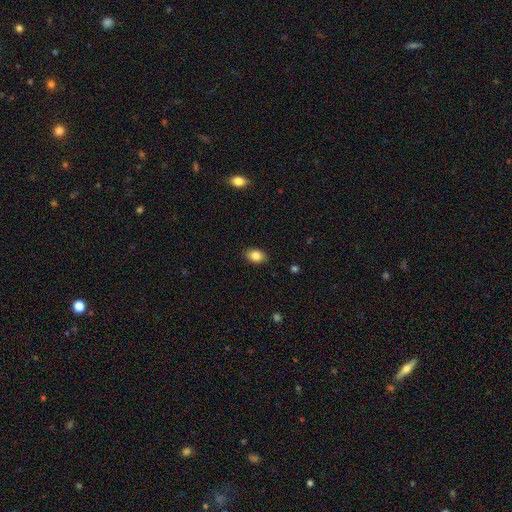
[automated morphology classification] A smooth galaxy with no disk features (85%) that is in between round and cigar-shaped (80%).

Vote fractions:
- Smooth or featured? smooth: 85% / star or artifact: 8% / featured or disk: 7%
- How rounded? in between: 80% / round: 19% / cigar-shaped: 1%
- Merging? none: 88% / minor disturbance: 9% / major disturbance: 2% / merger: 1%